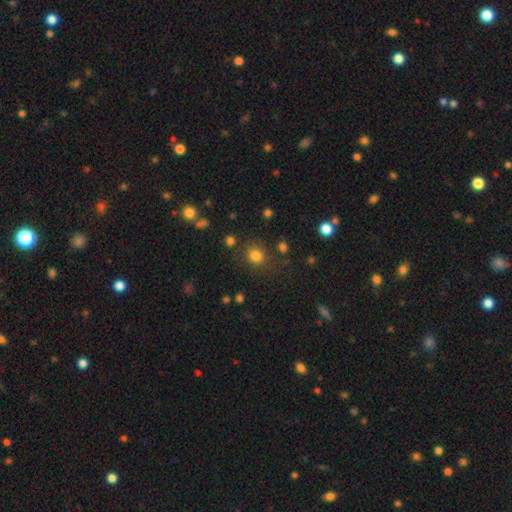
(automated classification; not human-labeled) A smooth galaxy with no disk features (80%) that is round (80%).

Vote fractions:
- Smooth or featured? smooth: 80% / star or artifact: 15% / featured or disk: 5%
- How rounded? round: 80% / in between: 19% / cigar-shaped: 1%
- Merging? none: 82% / minor disturbance: 10% / major disturbance: 5% / merger: 4%